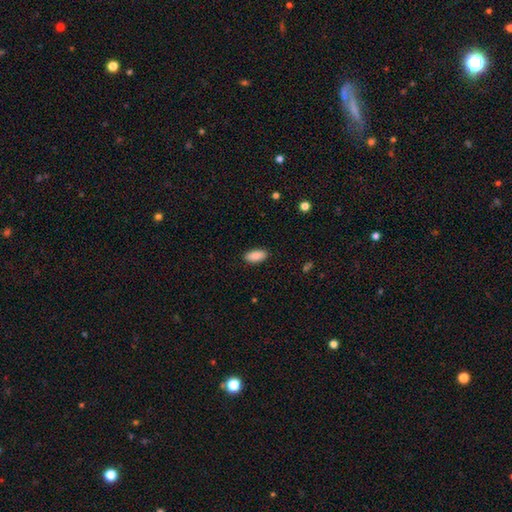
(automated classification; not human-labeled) Q: Smooth or featured?
A: smooth (90%); runner-up: star or artifact (7%)
Q: How rounded?
A: in between (92%); runner-up: cigar-shaped (6%)
Q: Merging?
A: none (89%); runner-up: minor disturbance (8%)